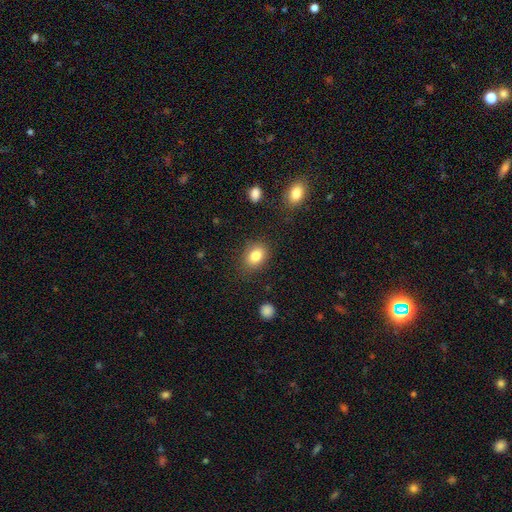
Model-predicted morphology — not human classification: This appears to be a smooth galaxy with no disk features (83%) that is in between round and cigar-shaped (69%). Merging: none (83%).